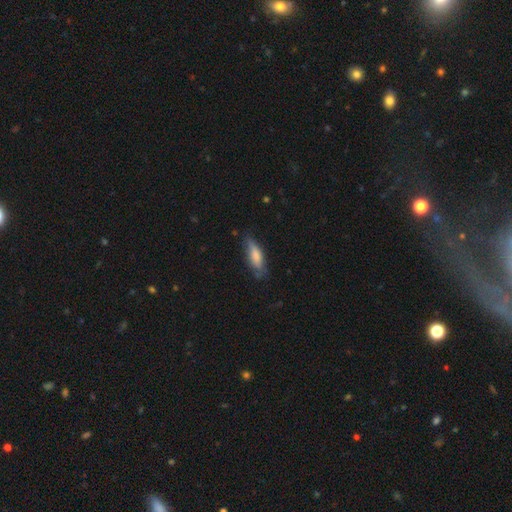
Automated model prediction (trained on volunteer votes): This is likely a smooth galaxy (73%). How rounded: possibly cigar-shaped (50%). Merging: likely none (64%).